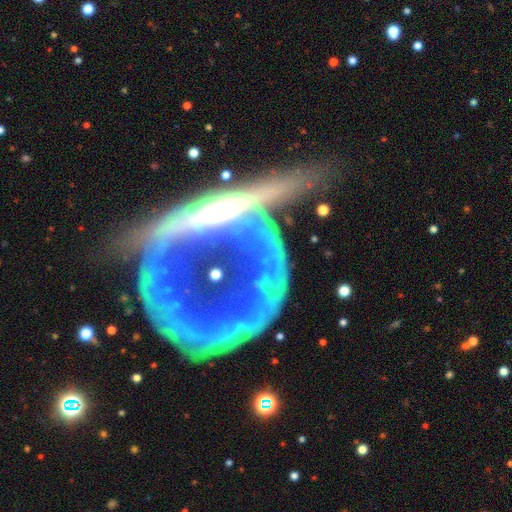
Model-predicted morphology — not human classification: smooth_or_featured: featured or disk (p=0.76) [alt: smooth p=0.13]
disk_edge_on: no (p=0.57) [alt: yes p=0.43]
merging: major disturbance (p=0.40) [alt: none p=0.28]